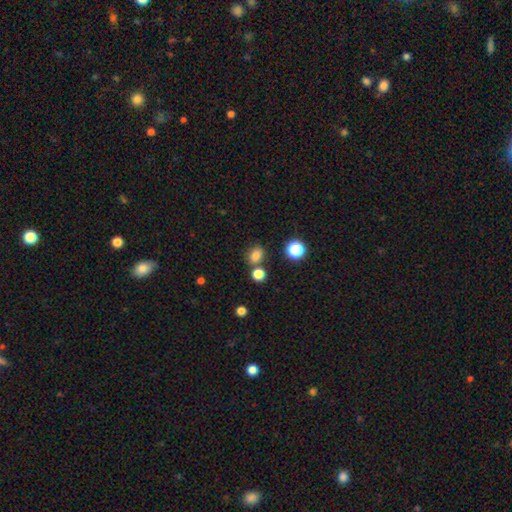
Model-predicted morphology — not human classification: Smooth or featured?
  - smooth: 80% *
  - star or artifact: 16%
  - featured or disk: 5%
How rounded?
  - in between: 54% *
  - round: 45%
  - cigar-shaped: 1%
Merging?
  - none: 71% *
  - merger: 14%
  - minor disturbance: 12%
  - major disturbance: 4%